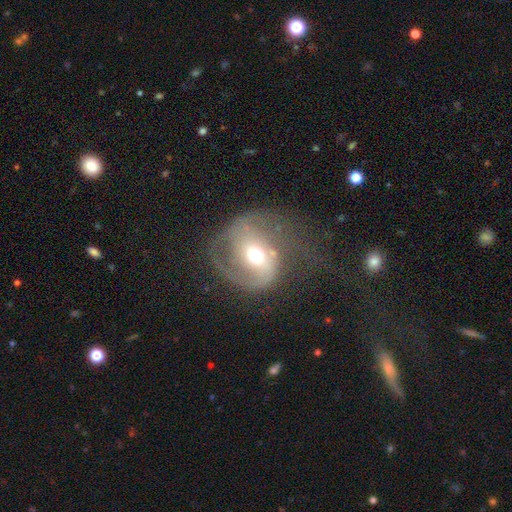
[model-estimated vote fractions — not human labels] smooth_or_featured: featured or disk (p=0.66) [alt: smooth p=0.25]
disk_edge_on: no (p=0.97) [alt: yes p=0.03]
bar: no (p=0.56) [alt: weak p=0.30]
has_spiral_arms: yes (p=0.76) [alt: no p=0.24]
bulge_size: moderate (p=0.67) [alt: small p=0.18]
merging: none (p=0.40) [alt: major disturbance p=0.37]